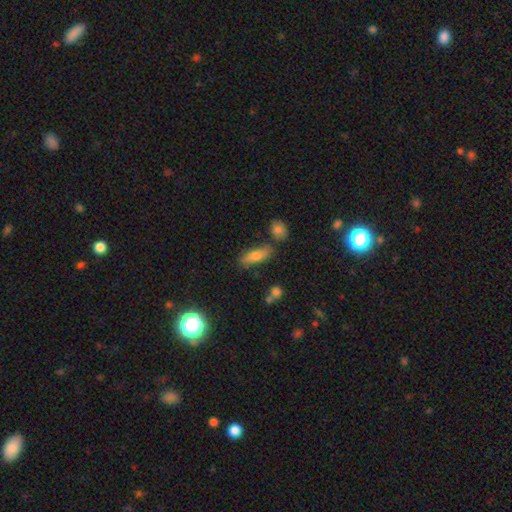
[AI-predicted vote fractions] Morphology: type=smooth (69%); roundness=in between (61%); merging=none (71%).